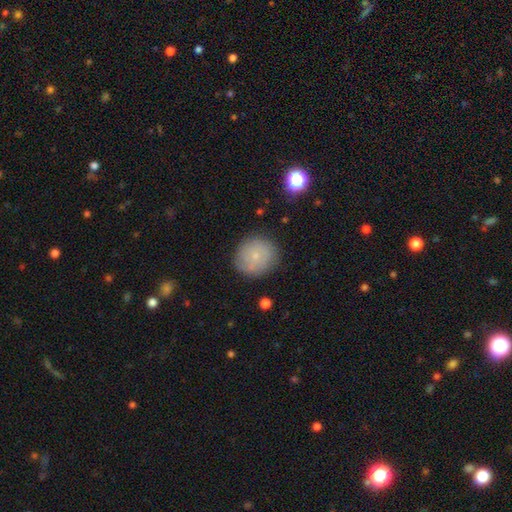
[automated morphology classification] smooth-or-featured: smooth: 64% | featured or disk: 26% | star or artifact: 10%
  how-rounded: round: 87% | in between: 12% | cigar-shaped: 1%
  merging: none: 82% | minor disturbance: 13% | major disturbance: 4% | merger: 1%